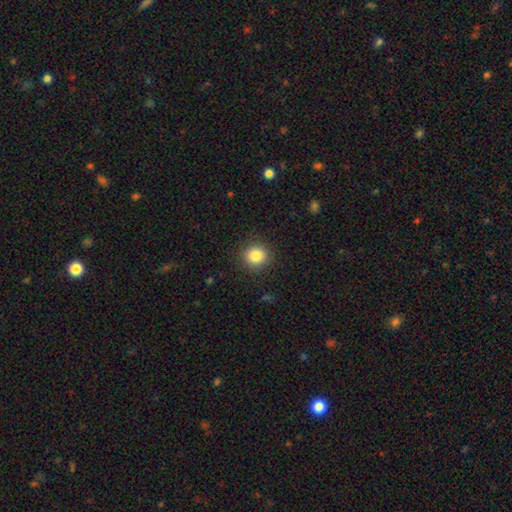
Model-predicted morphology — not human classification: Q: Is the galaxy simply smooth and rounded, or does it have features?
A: smooth — 84%.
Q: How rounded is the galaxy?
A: round — 92%.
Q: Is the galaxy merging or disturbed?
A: none — 90%.